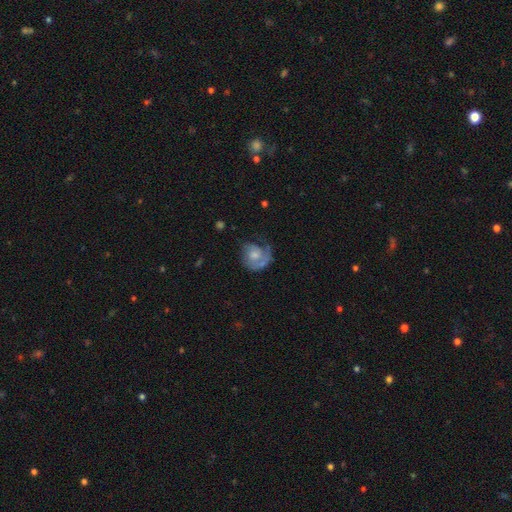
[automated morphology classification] Overall: featured or disk (64%; smooth 30%). Edge-on disk: no (98%). Bar: no (77%). Spiral arms: yes (86%). Spiral arm count: 1 (67%). Spiral winding: tight (44%; medium 34%). Bulge size: moderate (43%; small 34%). Merging: none (49%; major disturbance 27%).